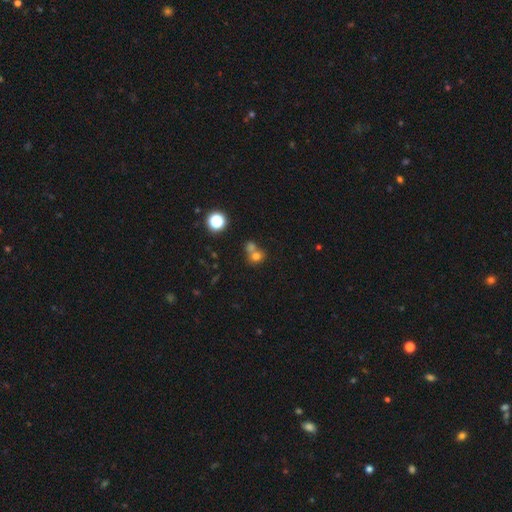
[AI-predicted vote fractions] Q: Smooth or featured?
A: smooth (70%); runner-up: star or artifact (17%)
Q: How rounded?
A: round (78%); runner-up: in between (21%)
Q: Merging?
A: merger (51%); runner-up: none (39%)